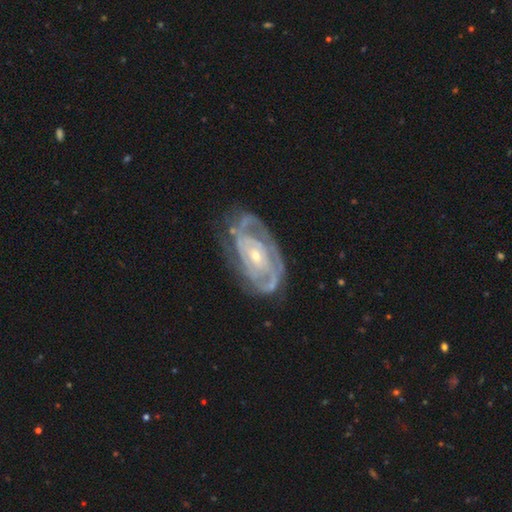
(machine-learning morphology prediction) Smooth or featured: featured or disk — 87% (smooth — 8%)
Edge-on disk: no — 95% (yes — 5%)
Bar: no — 65% (weak — 27%)
Spiral arms: yes — 91% (no — 9%)
Spiral winding: tight — 66% (medium — 27%)
Spiral arm count: 2 — 41% (can't tell — 31%)
Bulge size: small — 64% (moderate — 32%)
Merging: none — 62% (minor disturbance — 23%)